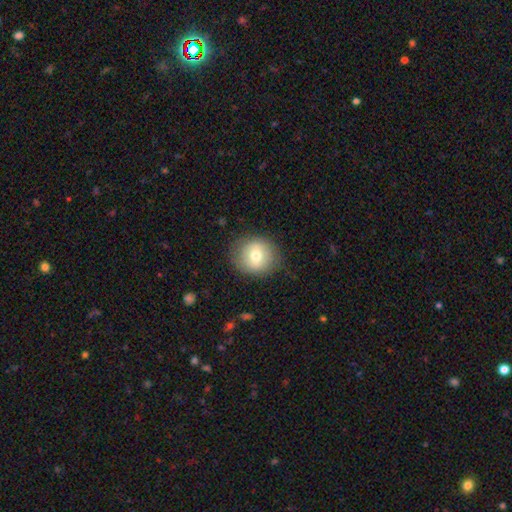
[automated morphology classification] Smooth or featured? Predicted: smooth (p=0.69). How rounded? Predicted: round (p=0.87). Merging? Predicted: none (p=0.83).